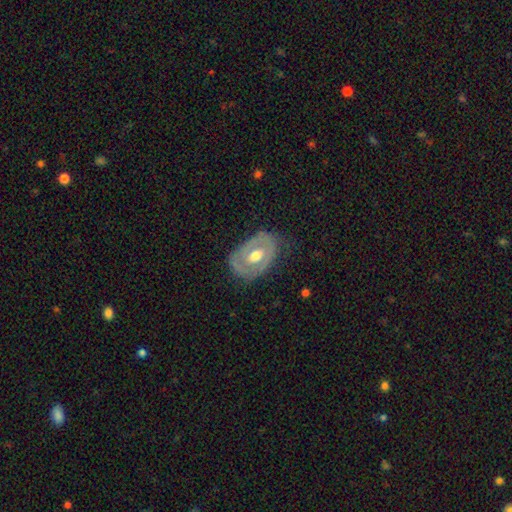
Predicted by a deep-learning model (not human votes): This appears to be a featured or disk galaxy (62%) with no bar (64%), no spiral arms (66%) and a moderate central bulge (73%). Merging: none (67%).